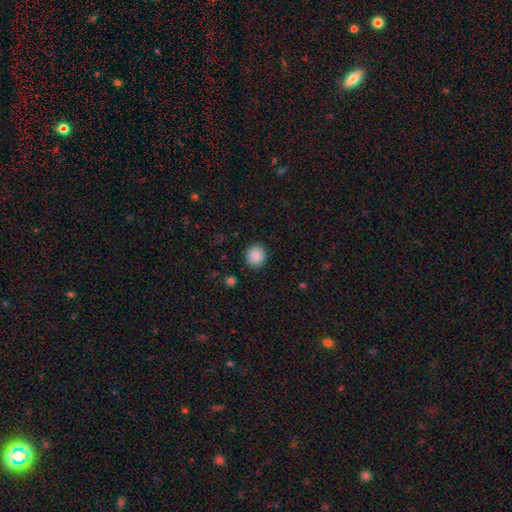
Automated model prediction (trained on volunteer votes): Smooth or featured? Predicted: smooth (p=0.87). How rounded? Predicted: round (p=0.90). Merging? Predicted: none (p=0.91).